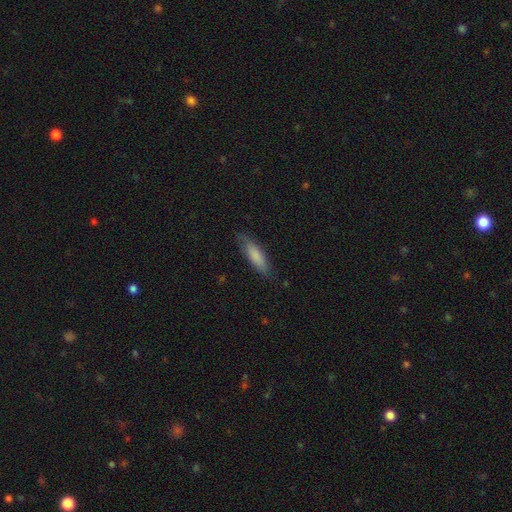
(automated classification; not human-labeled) Smooth or featured: smooth — 81% (featured or disk — 13%)
How rounded: cigar-shaped — 59% (in between — 40%)
Merging: none — 78% (minor disturbance — 17%)